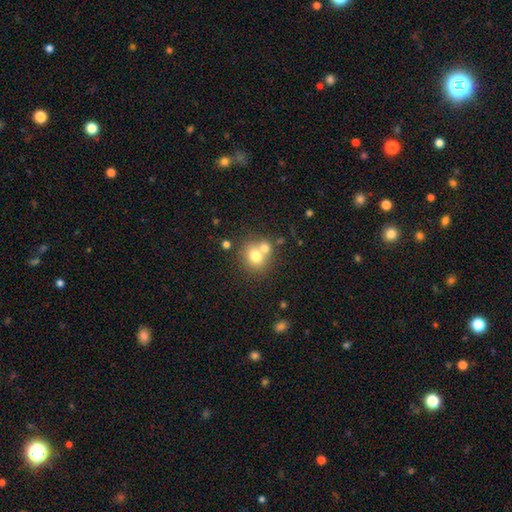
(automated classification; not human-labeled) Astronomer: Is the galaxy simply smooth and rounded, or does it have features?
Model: smooth — 73%.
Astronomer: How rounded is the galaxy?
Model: round — 74%.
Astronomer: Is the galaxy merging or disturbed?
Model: none — 46% (runner-up: merger, 42%).